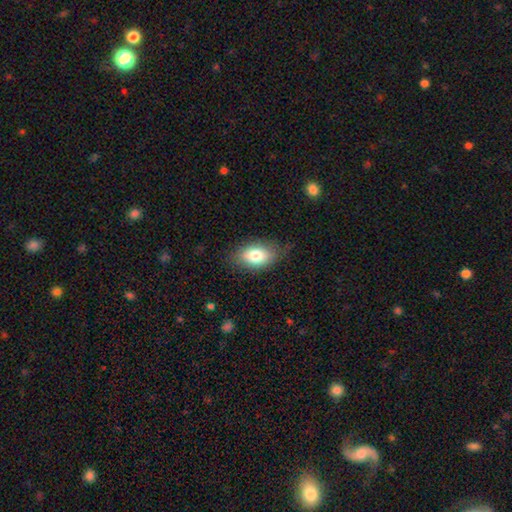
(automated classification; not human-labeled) This is likely a smooth galaxy (78%). How rounded: clearly in between (89%). Merging: likely none (75%).